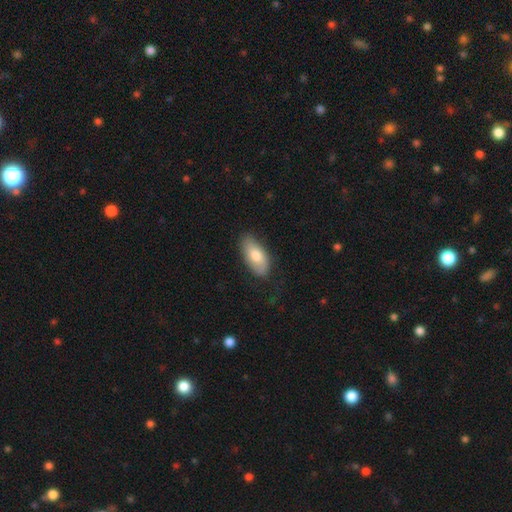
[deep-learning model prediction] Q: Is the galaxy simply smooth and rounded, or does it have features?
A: smooth — 75%.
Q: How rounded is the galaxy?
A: in between — 90%.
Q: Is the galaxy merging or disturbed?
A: none — 76%.